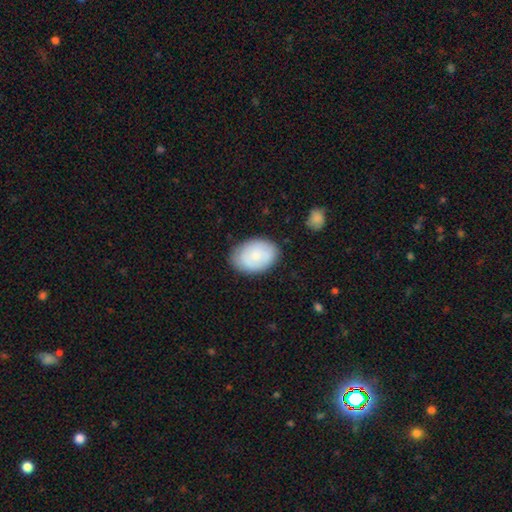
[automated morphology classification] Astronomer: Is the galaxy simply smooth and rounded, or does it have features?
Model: smooth — 69%.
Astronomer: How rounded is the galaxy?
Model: in between — 80%.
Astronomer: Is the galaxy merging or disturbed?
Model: none — 78%.